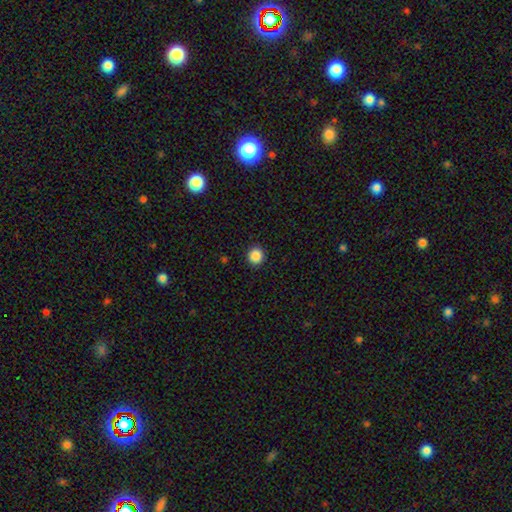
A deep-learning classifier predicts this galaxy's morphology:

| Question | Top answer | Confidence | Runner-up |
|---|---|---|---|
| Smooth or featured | smooth | 87% | star or artifact (10%) |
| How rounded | round | 92% | in between (7%) |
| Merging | none | 92% | minor disturbance (5%) |